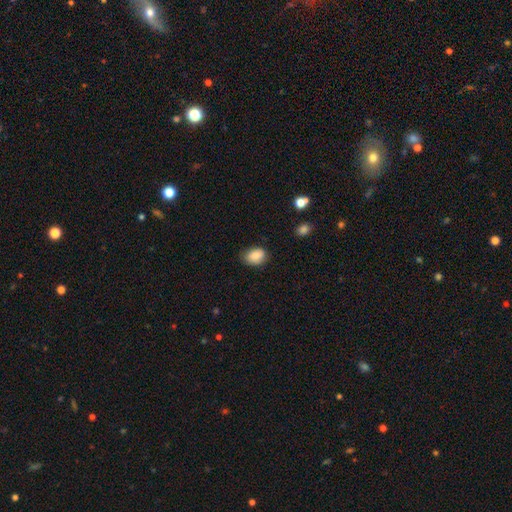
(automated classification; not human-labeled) Smooth or featured: smooth — 85% (star or artifact — 8%)
How rounded: in between — 73% (round — 26%)
Merging: none — 77% (minor disturbance — 19%)